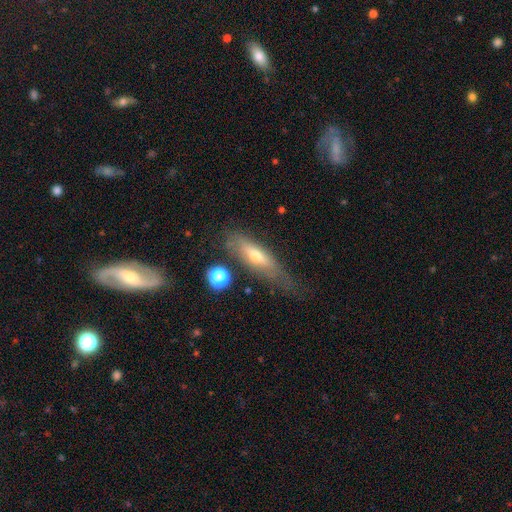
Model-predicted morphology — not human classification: type=smooth (51%); roundness=cigar-shaped (58%); merging=none (54%).